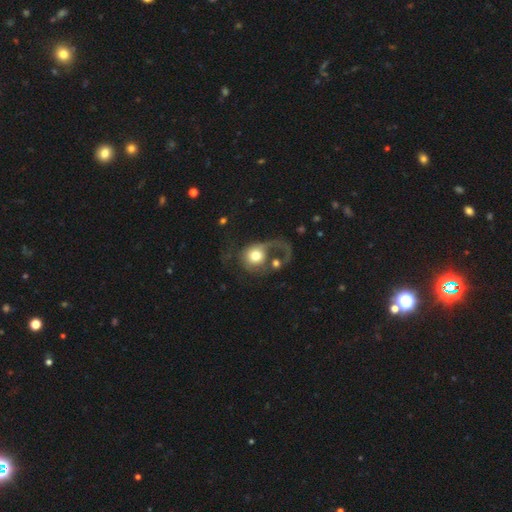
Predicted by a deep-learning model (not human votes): Smooth or featured? smooth (47%)
Merging? major disturbance (54%)